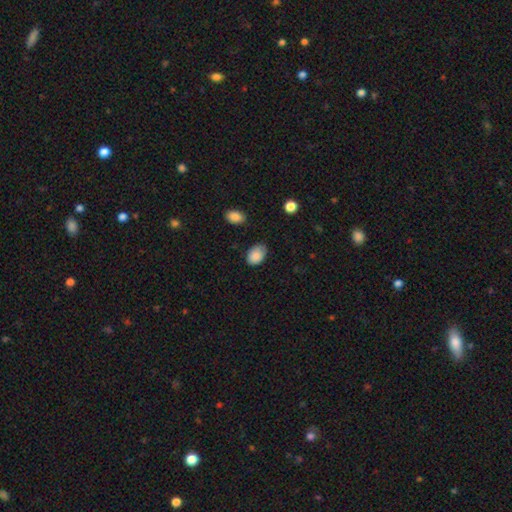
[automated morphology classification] Smooth or featured: smooth — 87% (star or artifact — 8%)
How rounded: in between — 81% (round — 18%)
Merging: none — 67% (minor disturbance — 26%)